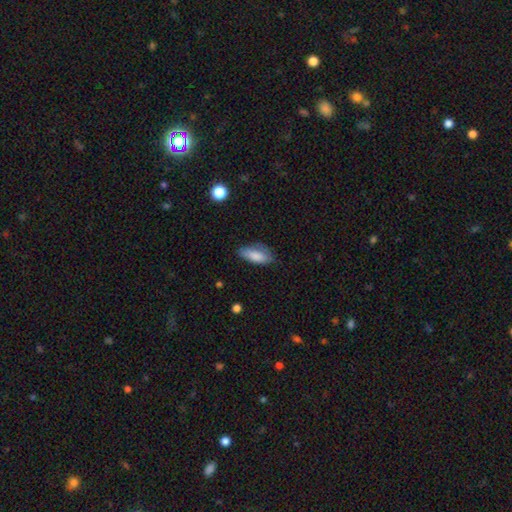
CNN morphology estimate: Smooth or featured: smooth — 82% (featured or disk — 12%)
How rounded: in between — 81% (cigar-shaped — 17%)
Merging: none — 68% (minor disturbance — 25%)